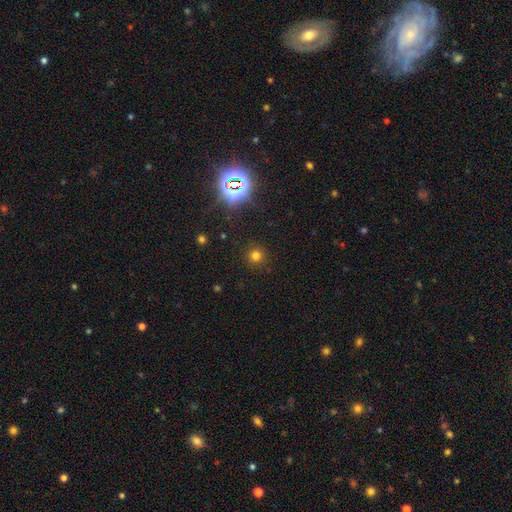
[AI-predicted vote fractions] A smooth galaxy with no disk features (71%) that is round (95%). Merging: none (90%).